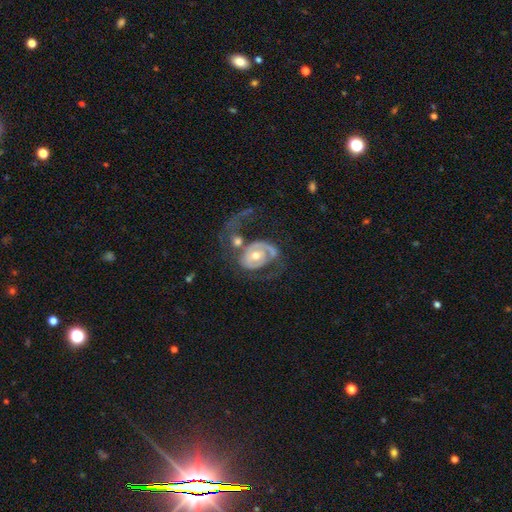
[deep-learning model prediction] This is likely a featured or disk galaxy (78%). It is clearly not viewed edge-on (97%). Bar: likely no (69%). Spiral arm pattern: likely yes (78%). Spiral arm count: possibly 2 (58%). Spiral winding: marginally loose (40%). Central bulge: likely moderate (68%). Merging: marginally major disturbance (36%).